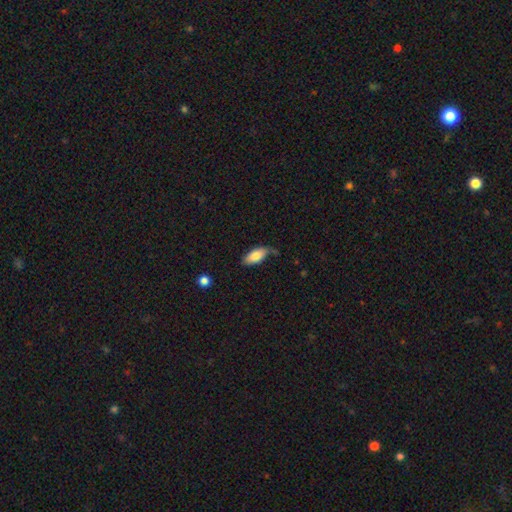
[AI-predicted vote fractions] smooth_or_featured: smooth (p=0.80) [alt: featured or disk p=0.14]
how_rounded: in between (p=0.89) [alt: cigar-shaped p=0.09]
merging: none (p=0.57) [alt: minor disturbance p=0.31]